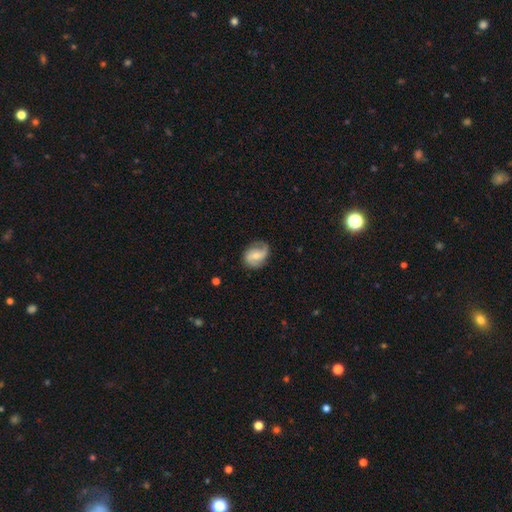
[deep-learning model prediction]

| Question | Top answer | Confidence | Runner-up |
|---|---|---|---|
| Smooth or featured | featured or disk | 65% | smooth (29%) |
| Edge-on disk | no | 97% | yes (3%) |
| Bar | no | 44% | weak (42%) |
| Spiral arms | yes | 90% | no (10%) |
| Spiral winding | medium | 42% | loose (37%) |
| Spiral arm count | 2 | 72% | 1 (14%) |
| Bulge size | small | 47% | moderate (46%) |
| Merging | none | 68% | minor disturbance (22%) |